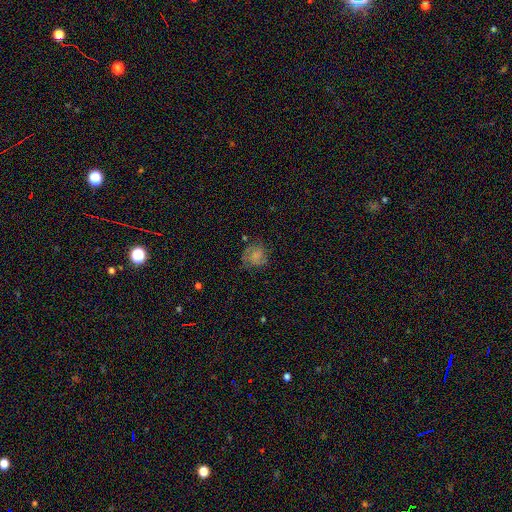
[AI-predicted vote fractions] This appears to be a smooth galaxy with no disk features (46%). Merging: none (62%).